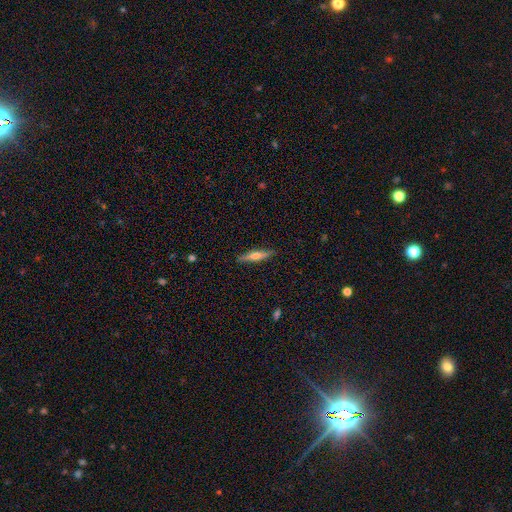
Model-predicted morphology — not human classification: featured or disk 53%, smooth 41%, star or artifact 6%. Down the decision tree: edge-on disk — yes (95%); merging — none (89%).